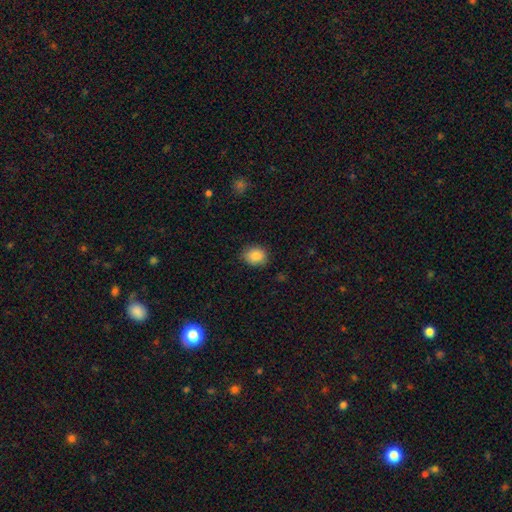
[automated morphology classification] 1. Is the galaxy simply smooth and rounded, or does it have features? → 86% smooth, 9% star or artifact, 5% featured or disk.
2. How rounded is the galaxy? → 58% round, 41% in between, 1% cigar-shaped.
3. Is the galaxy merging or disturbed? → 85% none, 12% minor disturbance, 3% major disturbance, 1% merger.